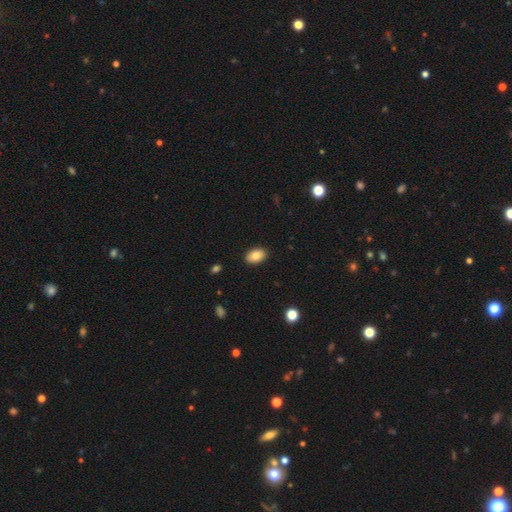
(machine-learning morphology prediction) smooth_or_featured: smooth (p=0.85) [alt: star or artifact p=0.08]
how_rounded: in between (p=0.89) [alt: round p=0.09]
merging: none (p=0.89) [alt: minor disturbance p=0.08]